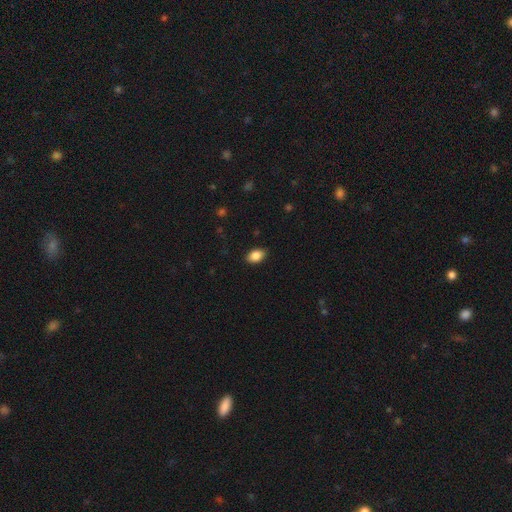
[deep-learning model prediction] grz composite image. It shows a smooth galaxy with no disk features (87%) that is in between round and cigar-shaped (86%). Merging: none (87%).